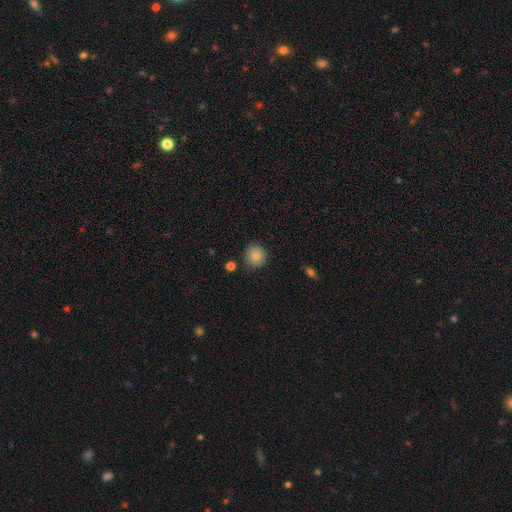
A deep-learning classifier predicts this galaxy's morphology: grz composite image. It shows a smooth galaxy with no disk features (83%) that is round (90%). Merging: none (85%).